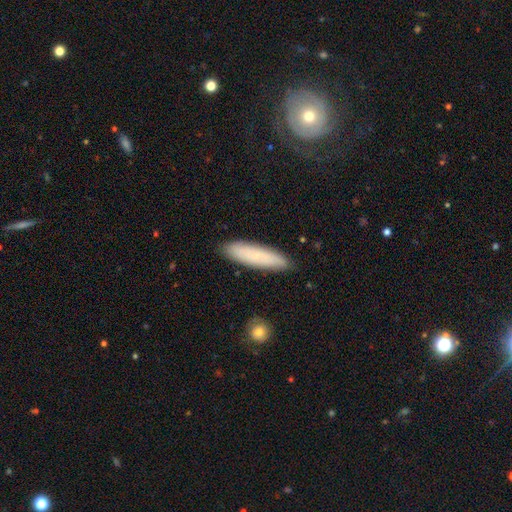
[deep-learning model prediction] A smooth galaxy with no disk features (77%) that is cigar-shaped (73%).

Vote fractions:
- Smooth or featured? smooth: 77% / featured or disk: 16% / star or artifact: 7%
- How rounded? cigar-shaped: 73% / in between: 26% / round: 2%
- Merging? none: 87% / minor disturbance: 10% / major disturbance: 2% / merger: 1%